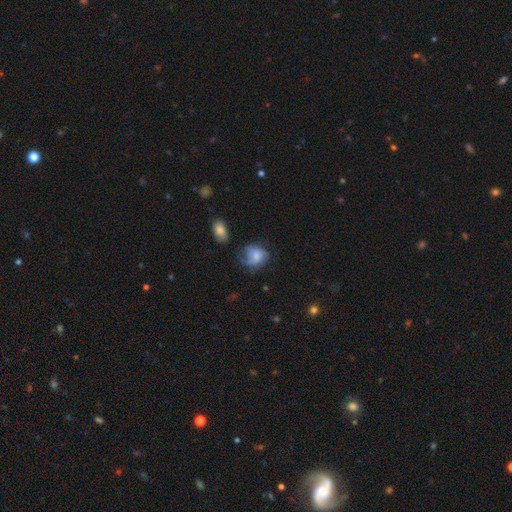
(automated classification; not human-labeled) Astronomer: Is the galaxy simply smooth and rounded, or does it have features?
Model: smooth — 53% (runner-up: featured or disk, 38%).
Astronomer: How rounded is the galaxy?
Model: in between — 50% (runner-up: round, 49%).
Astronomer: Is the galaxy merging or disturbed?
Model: none — 40% (runner-up: minor disturbance, 28%).